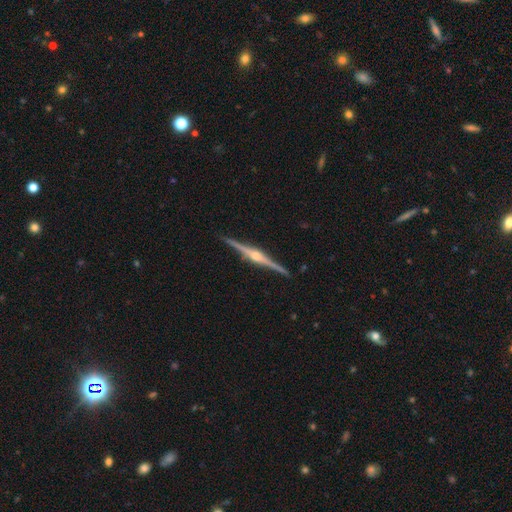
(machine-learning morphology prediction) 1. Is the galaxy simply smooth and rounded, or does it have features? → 90% featured or disk, 6% smooth, 4% star or artifact.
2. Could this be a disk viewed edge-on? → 99% yes, 1% no.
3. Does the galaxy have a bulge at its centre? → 90% rounded, 7% boxy, 3% none.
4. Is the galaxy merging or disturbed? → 92% none, 6% minor disturbance, 1% major disturbance, 1% merger.